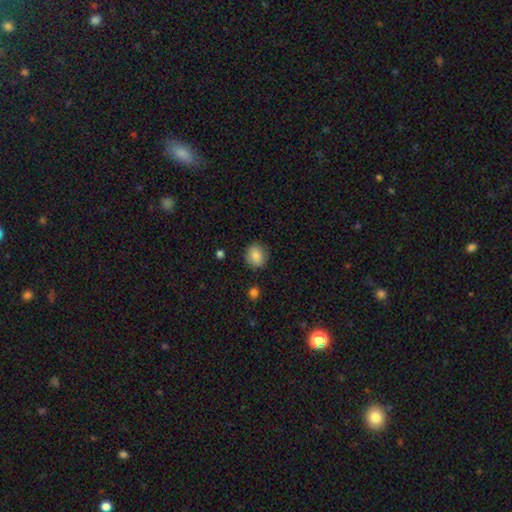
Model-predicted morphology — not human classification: Smooth or featured: smooth — 85% (star or artifact — 9%)
How rounded: round — 70% (in between — 29%)
Merging: none — 84% (minor disturbance — 12%)